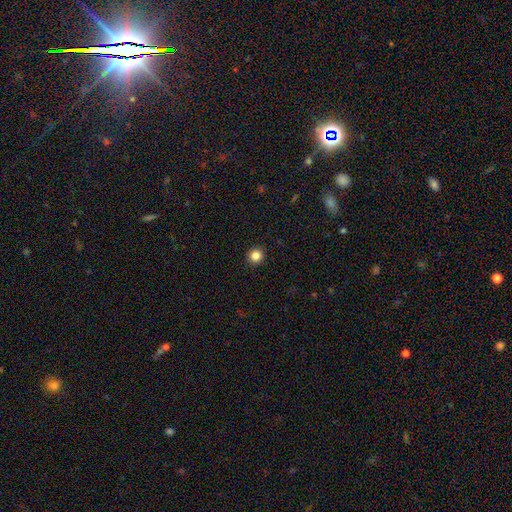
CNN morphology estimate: Overall: smooth (84%). How rounded: round (93%). Merging: none (93%).